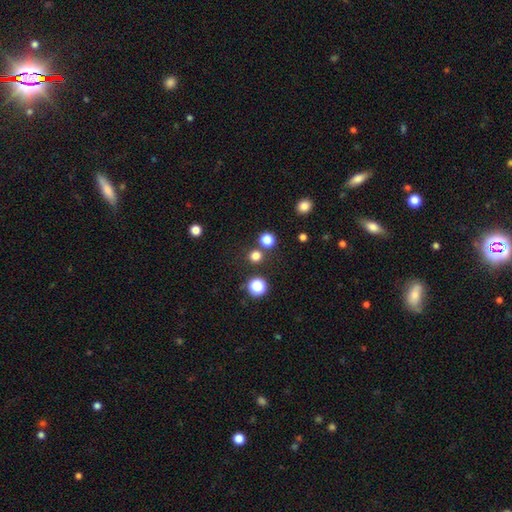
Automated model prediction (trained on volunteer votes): smooth 74%, star or artifact 21%, featured or disk 5%. Down the decision tree: how rounded — round (93%); merging — none (79%).